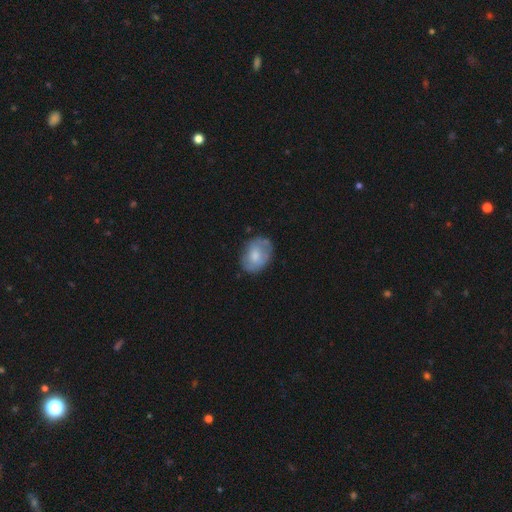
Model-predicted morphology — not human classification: smooth 69%, featured or disk 24%, star or artifact 7%. Down the decision tree: how rounded — in between (70%); merging — none (68%).